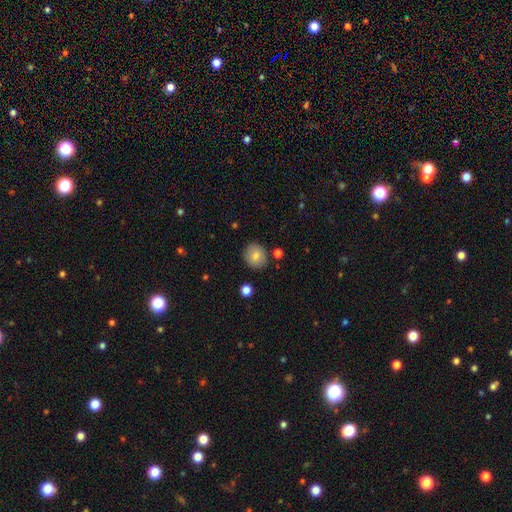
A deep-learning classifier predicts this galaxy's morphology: Q: Smooth or featured?
A: smooth (82%); runner-up: featured or disk (9%)
Q: How rounded?
A: round (82%); runner-up: in between (17%)
Q: Merging?
A: none (85%); runner-up: minor disturbance (9%)